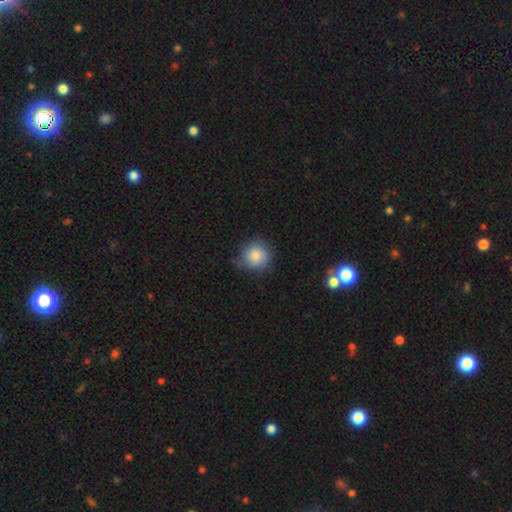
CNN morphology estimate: This is clearly a smooth galaxy (84%). How rounded: clearly round (89%). Merging: likely none (67%).